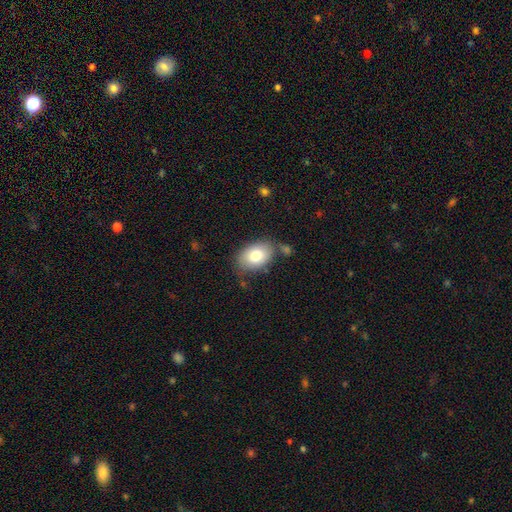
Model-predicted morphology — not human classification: Smooth or featured? smooth (79%)
How rounded? in between (85%)
Merging? none (70%)